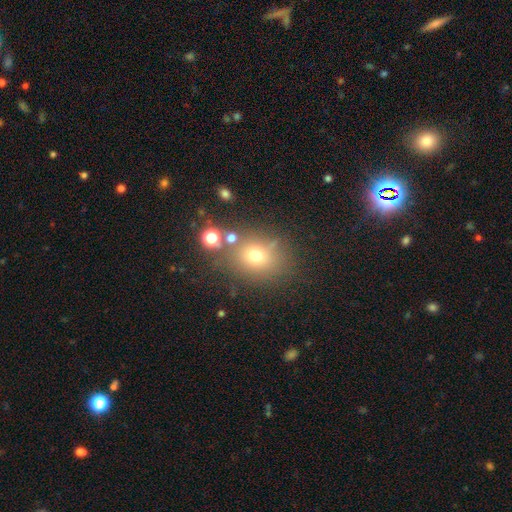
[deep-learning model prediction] smooth 66%, star or artifact 20%, featured or disk 14%. Down the decision tree: how rounded — round (61%); merging — none (72%).